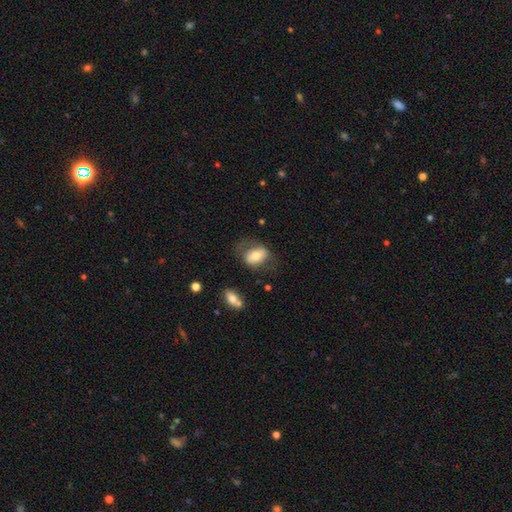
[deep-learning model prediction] A smooth galaxy with no disk features (61%) that is in between round and cigar-shaped (80%). Merging: none (59%).